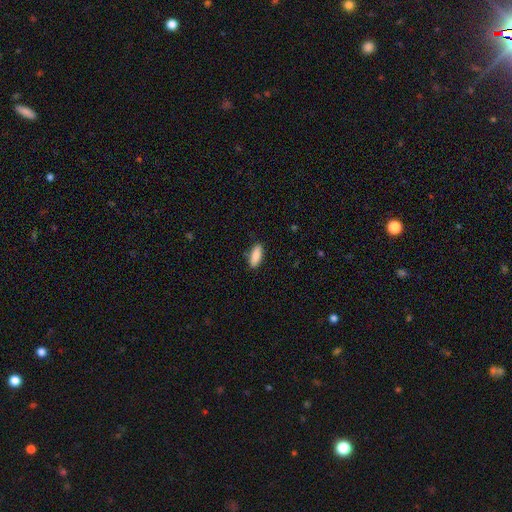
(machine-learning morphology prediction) This is clearly a smooth galaxy (88%). How rounded: likely in between (74%). Merging: clearly none (87%).